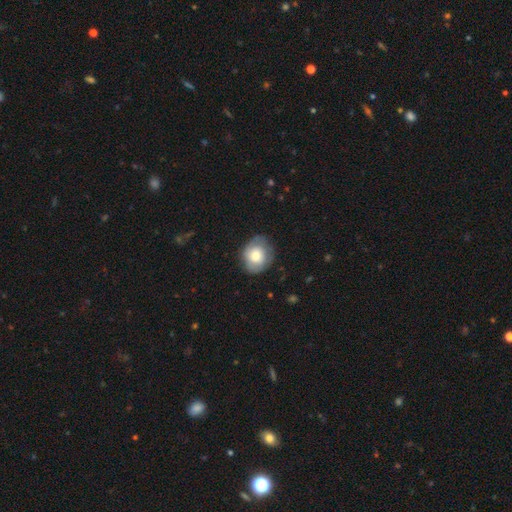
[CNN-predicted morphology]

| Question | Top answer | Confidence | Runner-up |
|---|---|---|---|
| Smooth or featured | smooth | 66% | featured or disk (27%) |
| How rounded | round | 64% | in between (35%) |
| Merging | none | 71% | minor disturbance (21%) |